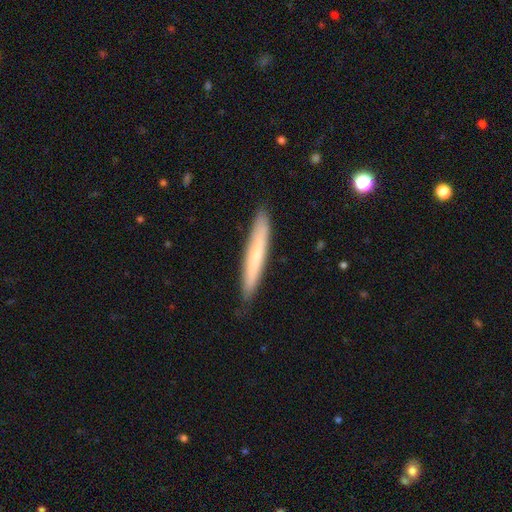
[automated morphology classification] smooth_or_featured: smooth (p=0.62) [alt: featured or disk p=0.32]
how_rounded: cigar-shaped (p=0.95) [alt: in between p=0.04]
merging: none (p=0.87) [alt: minor disturbance p=0.10]